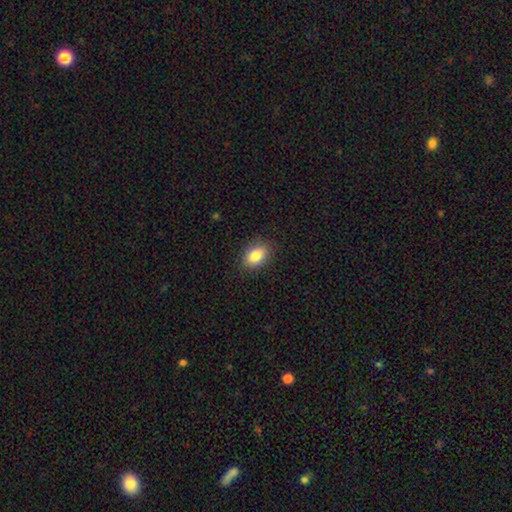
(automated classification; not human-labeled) smooth-or-featured: smooth: 85% | star or artifact: 8% | featured or disk: 7%
  how-rounded: in between: 85% | round: 14% | cigar-shaped: 2%
  merging: none: 87% | minor disturbance: 10% | major disturbance: 3% | merger: 1%